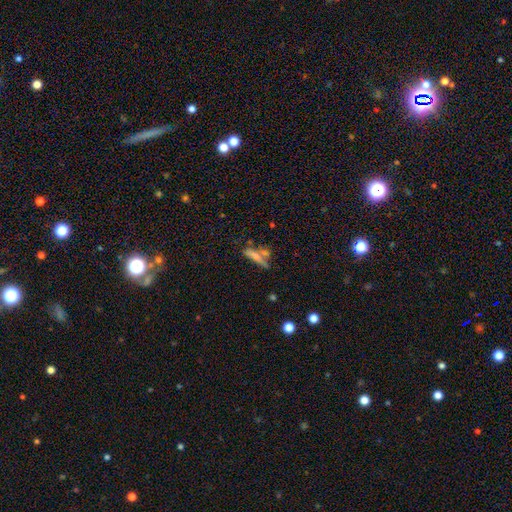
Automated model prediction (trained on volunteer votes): Smooth or featured: smooth — 57% (featured or disk — 32%)
How rounded: cigar-shaped — 77% (in between — 20%)
Merging: none — 46% (merger — 30%)